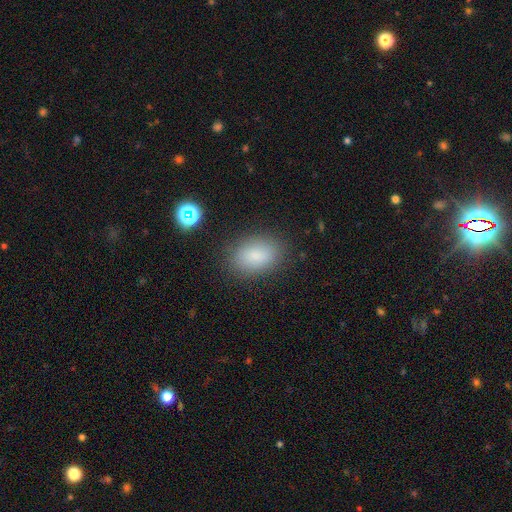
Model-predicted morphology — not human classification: Smooth or featured? smooth (83%)
How rounded? in between (85%)
Merging? none (83%)